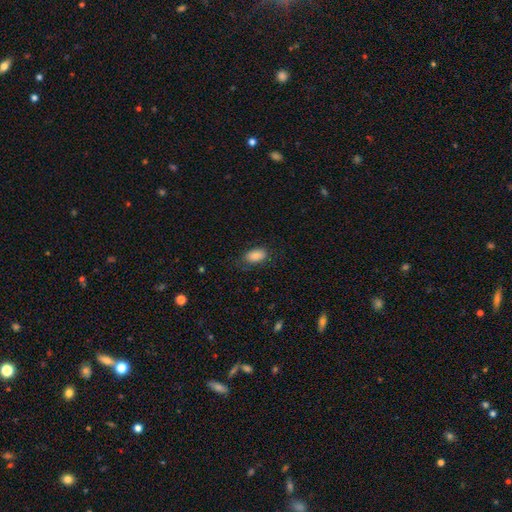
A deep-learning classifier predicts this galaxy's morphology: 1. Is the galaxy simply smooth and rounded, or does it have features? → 87% smooth, 8% star or artifact, 6% featured or disk.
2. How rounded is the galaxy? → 92% in between, 5% round, 3% cigar-shaped.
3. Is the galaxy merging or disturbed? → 73% none, 20% minor disturbance, 7% major disturbance, 1% merger.